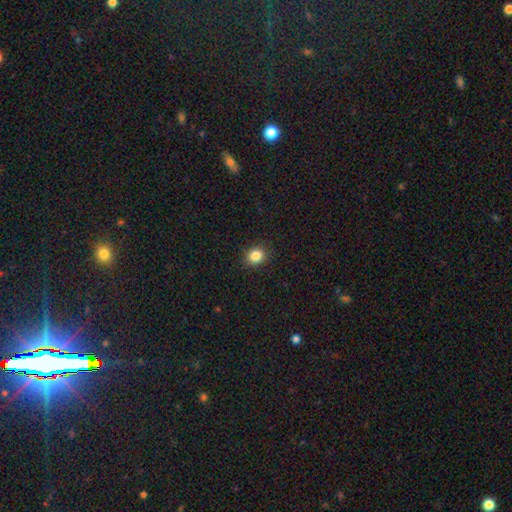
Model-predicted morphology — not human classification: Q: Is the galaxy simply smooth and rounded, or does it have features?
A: smooth — 85%.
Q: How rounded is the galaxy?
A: round — 66%.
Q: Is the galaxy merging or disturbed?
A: none — 89%.